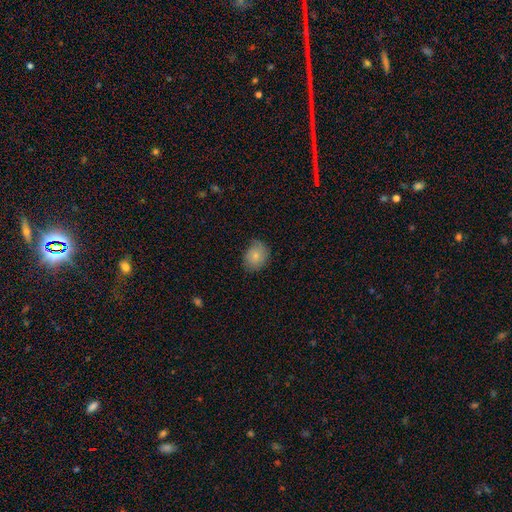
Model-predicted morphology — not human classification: Smooth or featured? Predicted: smooth (p=0.78). How rounded? Predicted: round (p=0.55). Merging? Predicted: none (p=0.66).